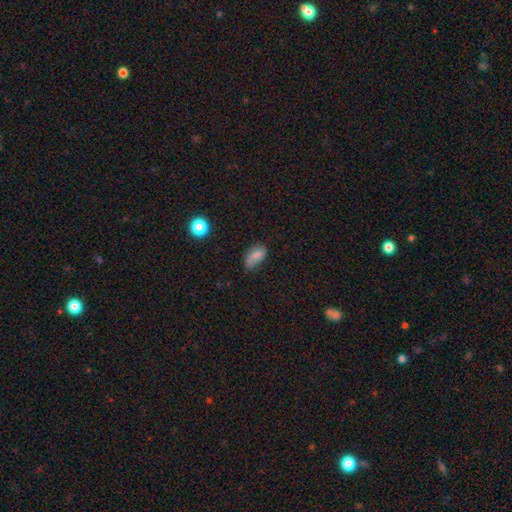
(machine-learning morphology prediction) smooth_or_featured: smooth (p=0.74) [alt: featured or disk p=0.16]
how_rounded: in between (p=0.89) [alt: round p=0.06]
merging: none (p=0.60) [alt: minor disturbance p=0.30]